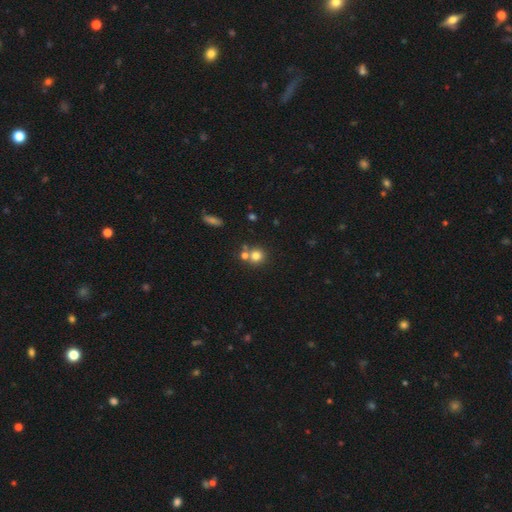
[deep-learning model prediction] A smooth galaxy with no disk features (76%) that is round (87%). Merging: none (56%).